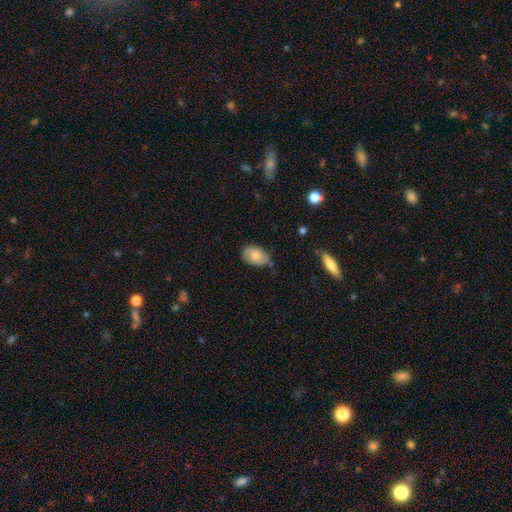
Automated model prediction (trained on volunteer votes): A smooth galaxy with no disk features (78%) that is in between round and cigar-shaped (88%). Merging: none (69%).